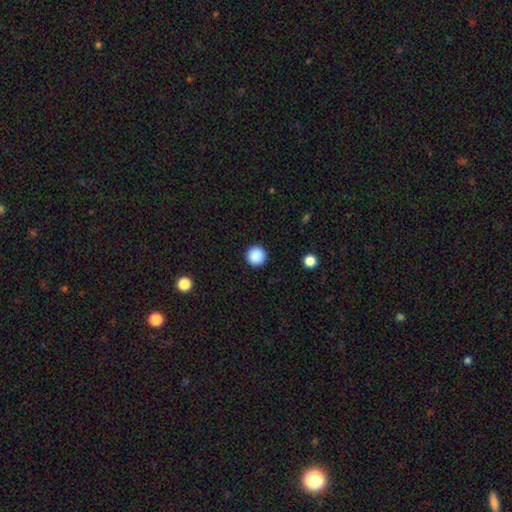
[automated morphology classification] Smooth or featured?
  - smooth: 88% *
  - star or artifact: 9%
  - featured or disk: 3%
How rounded?
  - round: 97% *
  - in between: 2%
  - cigar-shaped: 1%
Merging?
  - none: 93% *
  - minor disturbance: 5%
  - major disturbance: 2%
  - merger: 1%